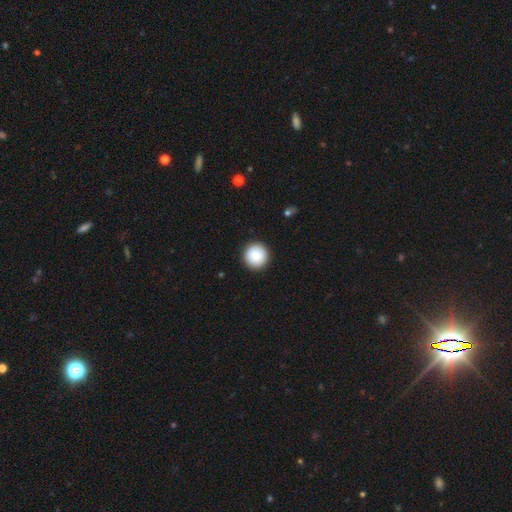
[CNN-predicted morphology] smooth_or_featured: smooth (p=0.85) [alt: star or artifact p=0.07]
how_rounded: round (p=0.96) [alt: in between p=0.03]
merging: none (p=0.93) [alt: minor disturbance p=0.05]